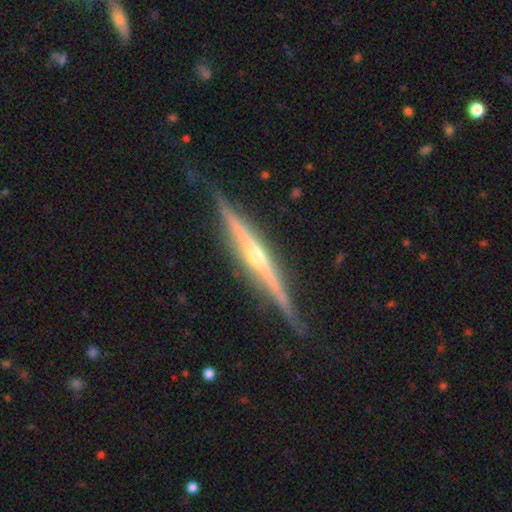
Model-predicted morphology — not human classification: type=featured or disk (87%); edge-on=yes (98%); edge-on bulge=rounded (82%); merging=none (85%).